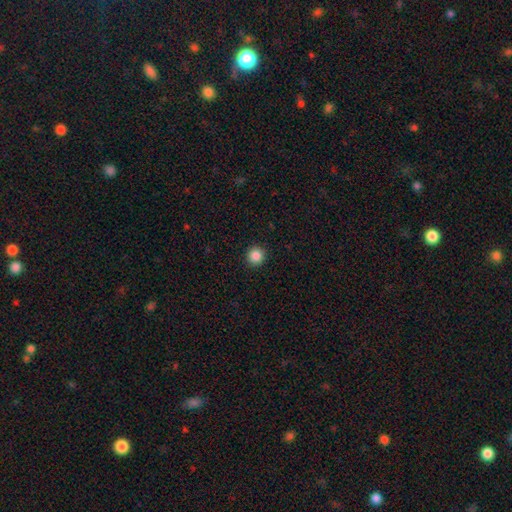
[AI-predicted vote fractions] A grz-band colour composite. It shows a smooth galaxy with no disk features (86%) that is round (95%). Merging: none (93%).